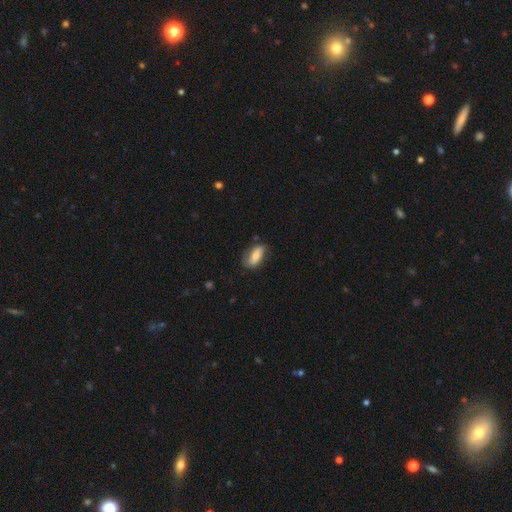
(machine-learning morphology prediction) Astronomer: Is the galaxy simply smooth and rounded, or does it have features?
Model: smooth — 65%.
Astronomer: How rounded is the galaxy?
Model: in between — 86%.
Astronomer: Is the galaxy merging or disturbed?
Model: none — 66%.